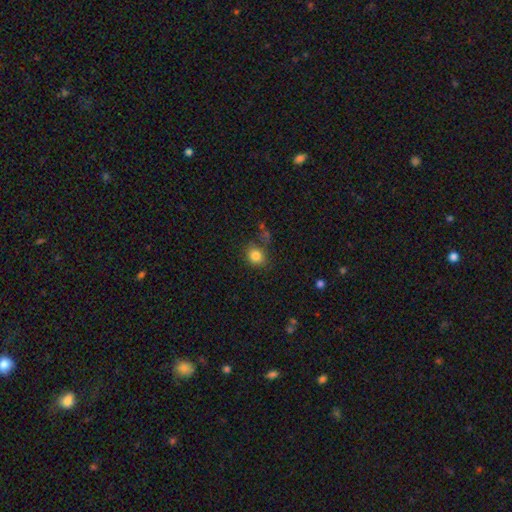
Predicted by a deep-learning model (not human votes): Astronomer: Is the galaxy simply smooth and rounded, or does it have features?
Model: smooth — 83%.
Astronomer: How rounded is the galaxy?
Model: round — 68%.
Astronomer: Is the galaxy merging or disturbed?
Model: none — 72%.